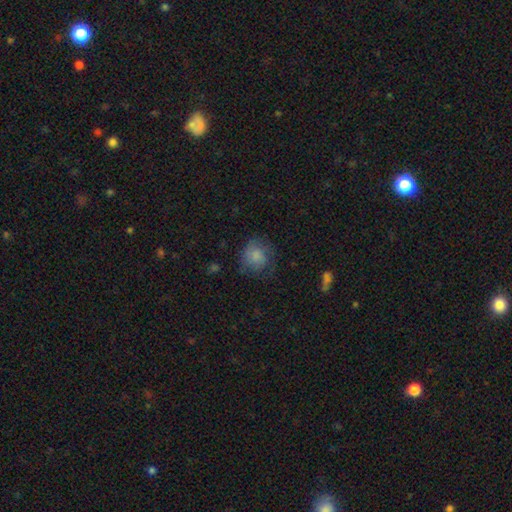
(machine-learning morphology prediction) This appears to be a smooth galaxy with no disk features (72%) that is round (78%). Merging: none (60%).